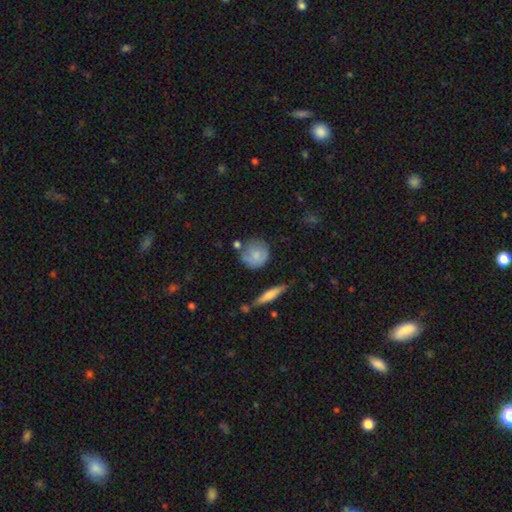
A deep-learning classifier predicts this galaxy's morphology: smooth 76%, featured or disk 17%, star or artifact 7%. Down the decision tree: how rounded — round (85%); merging — none (61%).